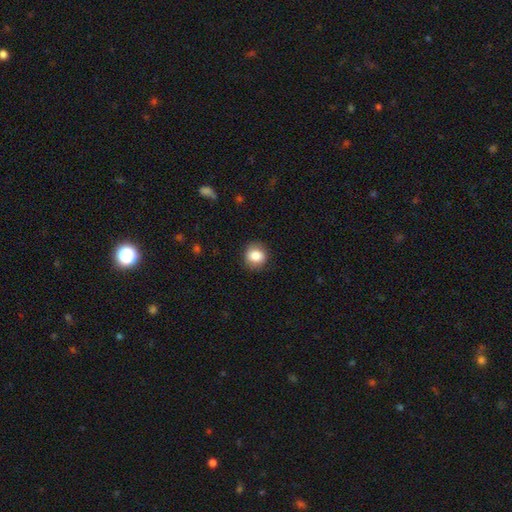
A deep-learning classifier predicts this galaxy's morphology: Smooth or featured? smooth (84%)
How rounded? round (83%)
Merging? none (87%)